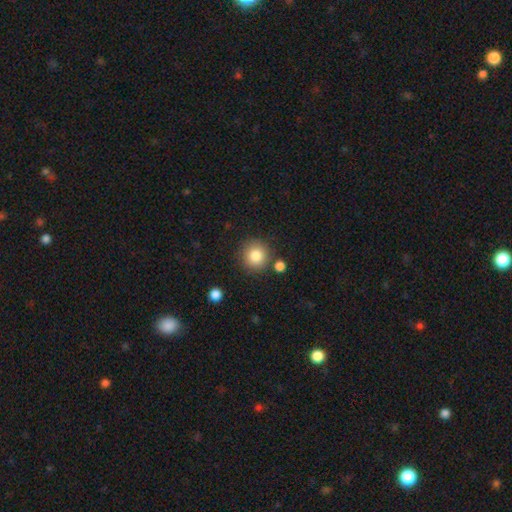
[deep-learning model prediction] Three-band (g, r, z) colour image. It shows a smooth galaxy with no disk features (84%) that is round (93%). Merging: none (83%).